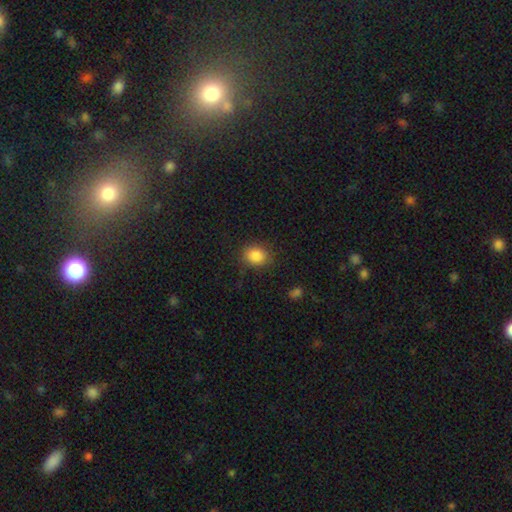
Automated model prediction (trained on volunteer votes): smooth 86%, star or artifact 9%, featured or disk 5%. Down the decision tree: how rounded — round (63%); merging — none (81%).